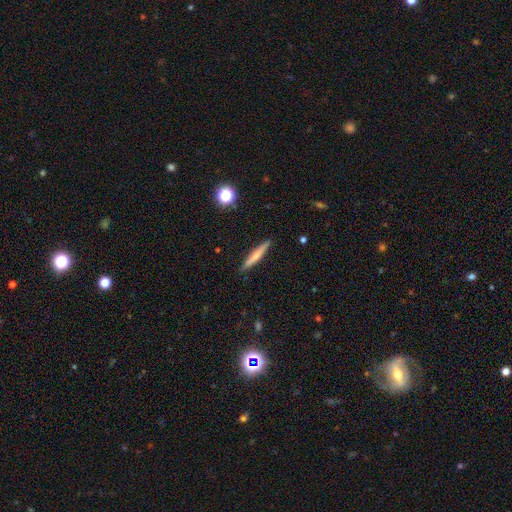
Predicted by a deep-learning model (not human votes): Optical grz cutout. It shows a smooth galaxy with no disk features (54%) that is cigar-shaped (93%). Merging: none (89%).